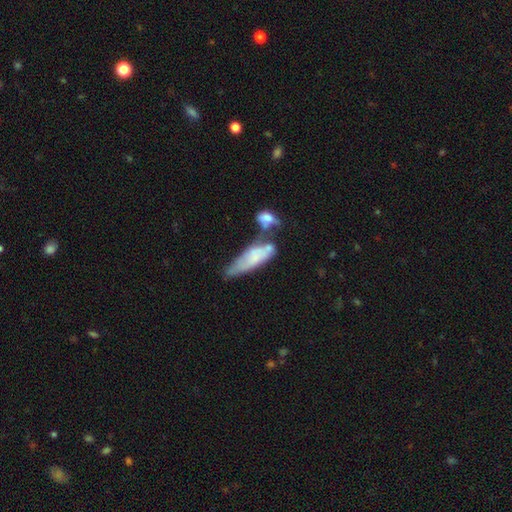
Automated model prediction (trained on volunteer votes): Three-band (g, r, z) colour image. It shows a smooth galaxy with no disk features (58%) that is in between round and cigar-shaped (55%). Merging: merger (39%).